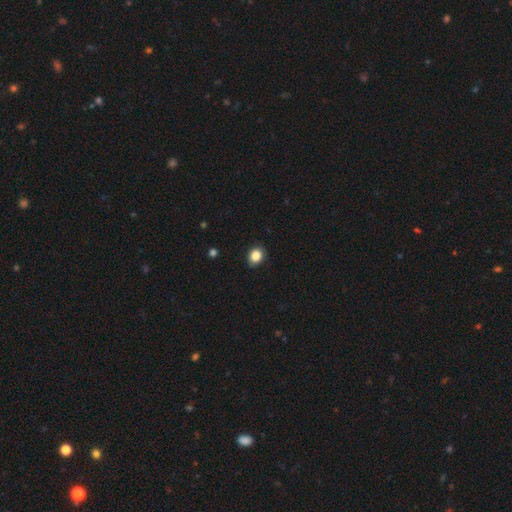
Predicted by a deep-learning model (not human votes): This appears to be a smooth galaxy with no disk features (86%) that is round (61%). Merging: none (85%).